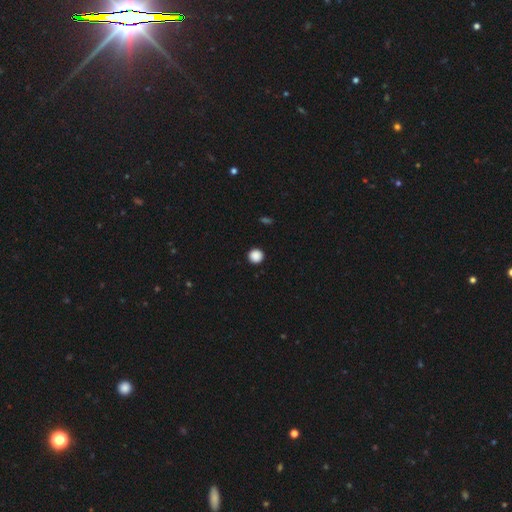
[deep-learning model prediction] Smooth or featured? Predicted: smooth (p=0.88). How rounded? Predicted: round (p=0.95). Merging? Predicted: none (p=0.93).